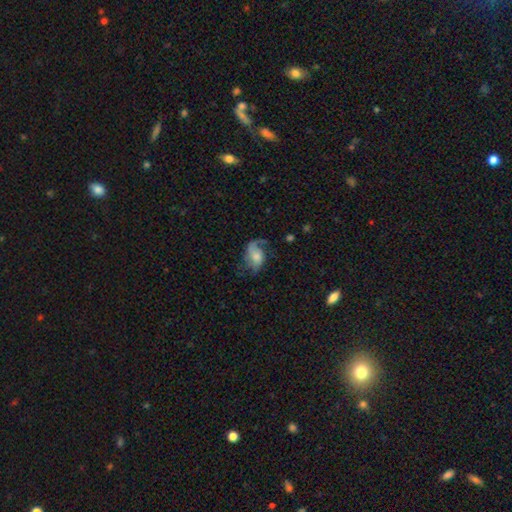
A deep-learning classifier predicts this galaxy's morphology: A featured or disk galaxy (60%) with no bar (67%), 1 (47%) loose (61%) spiral arms (86%) and a moderate central bulge (41%).

Vote fractions:
- Smooth or featured? featured or disk: 60% / smooth: 32% / star or artifact: 8%
- Edge-on disk? no: 97% / yes: 3%
- Bar? no: 67% / weak: 27% / strong: 6%
- Spiral arms? yes: 86% / no: 14%
- Spiral winding? loose: 61% / medium: 29% / tight: 10%
- Spiral arm count? 1: 47% / 2: 44% / can't tell: 6% / 3: 1% / 4: 1% / more than 4: 1%
- Bulge size? moderate: 41% / small: 30% / large: 14% / none: 12% / dominant: 3%
- Merging? none: 41% / major disturbance: 32% / minor disturbance: 24% / merger: 3%